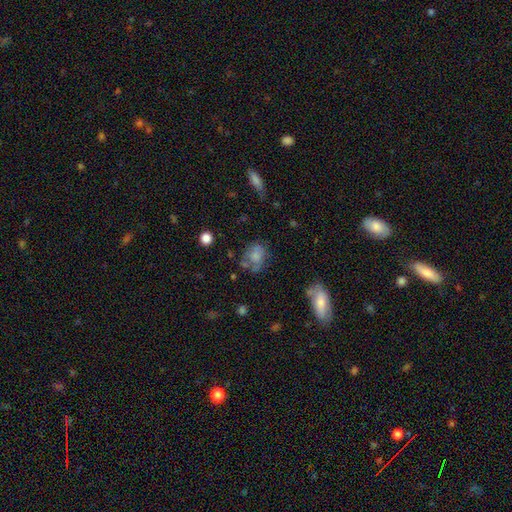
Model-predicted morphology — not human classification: Q: Smooth or featured?
A: smooth (61%); runner-up: featured or disk (27%)
Q: How rounded?
A: in between (50%); runner-up: round (49%)
Q: Merging?
A: none (46%); runner-up: minor disturbance (26%)